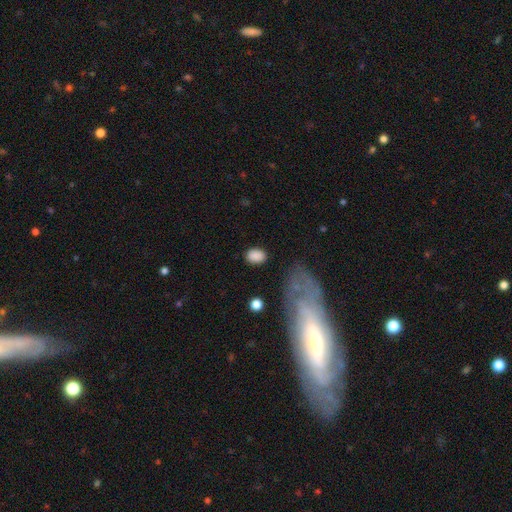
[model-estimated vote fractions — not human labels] A smooth galaxy with no disk features (87%) that is in between round and cigar-shaped (79%). Merging: none (81%).